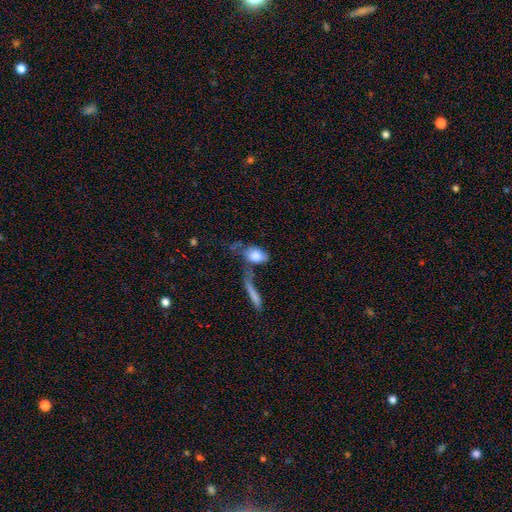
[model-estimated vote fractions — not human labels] This appears to be a smooth galaxy with no disk features (73%) that is in between round and cigar-shaped (78%). Merging: merger (29%, tied with none).